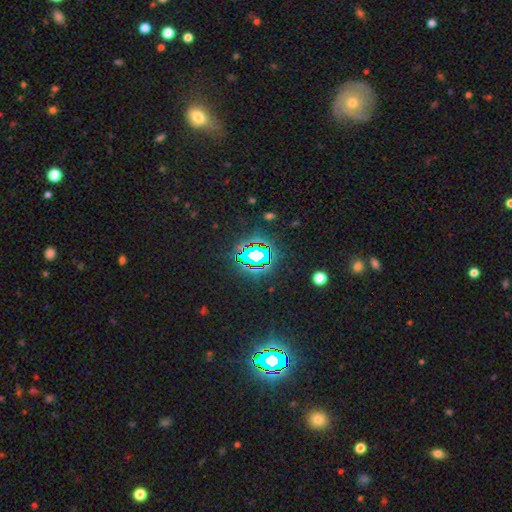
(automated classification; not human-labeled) Overall: star or artifact (76%).